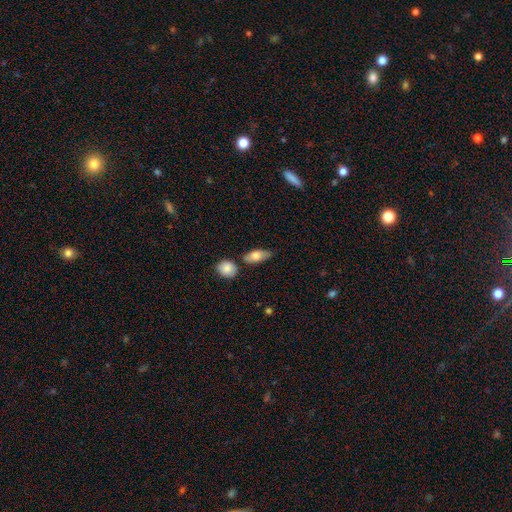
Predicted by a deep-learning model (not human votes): Smooth or featured: smooth — 78% (featured or disk — 16%)
How rounded: in between — 82% (cigar-shaped — 14%)
Merging: none — 66% (minor disturbance — 20%)